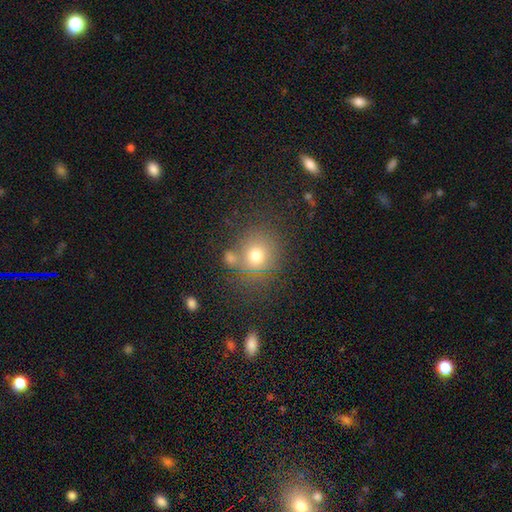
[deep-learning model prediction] This is likely a smooth galaxy (72%). How rounded: clearly round (83%). Merging: likely none (66%).